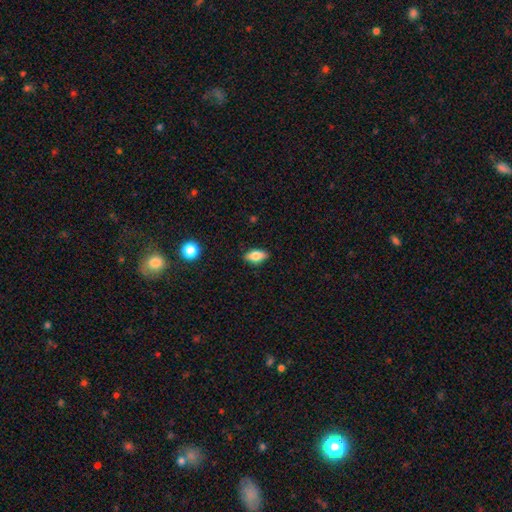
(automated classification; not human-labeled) smooth 71%, featured or disk 21%, star or artifact 8%. Down the decision tree: how rounded — in between (83%); merging — none (86%).